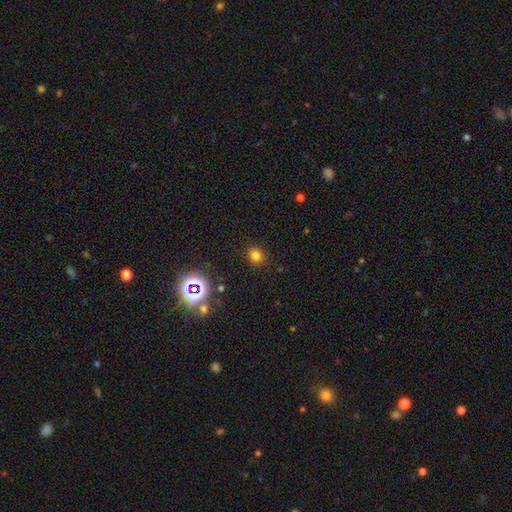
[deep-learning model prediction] This is likely a smooth galaxy (76%). How rounded: likely round (79%). Merging: clearly none (87%).